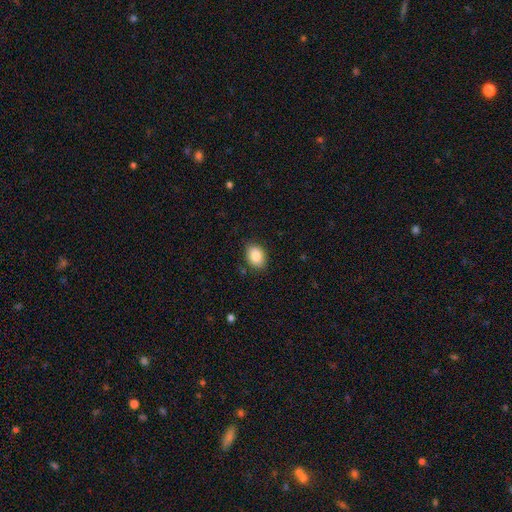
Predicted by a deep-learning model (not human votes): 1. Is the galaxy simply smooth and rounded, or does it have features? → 86% smooth, 8% star or artifact, 6% featured or disk.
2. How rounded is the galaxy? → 73% in between, 26% round, 1% cigar-shaped.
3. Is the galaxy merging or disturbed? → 85% none, 12% minor disturbance, 3% major disturbance, 1% merger.